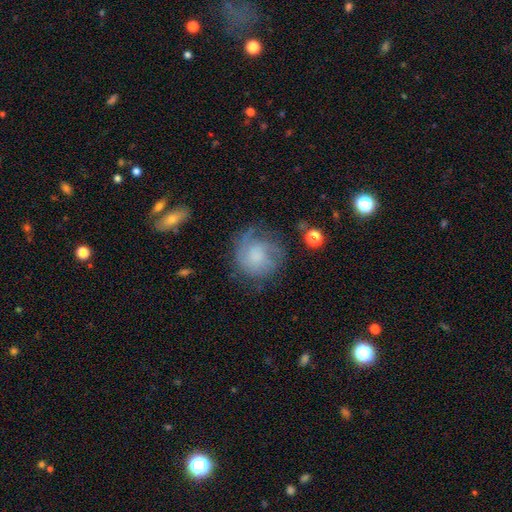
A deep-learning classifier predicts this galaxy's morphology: Smooth or featured? featured or disk (57%)
Edge-on disk? no (98%)
Bar? no (74%)
Spiral arms? yes (82%)
Bulge size? none (37%)
Merging? none (58%)